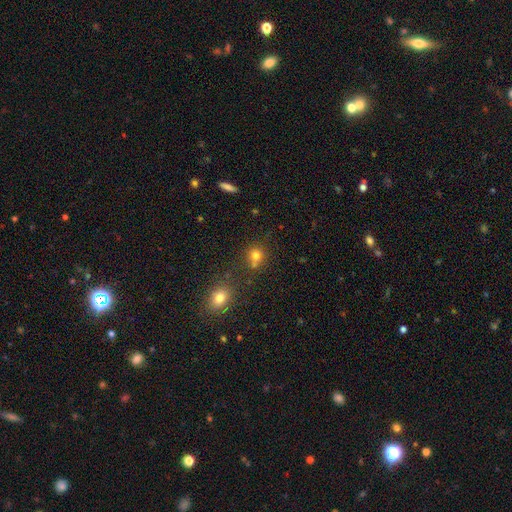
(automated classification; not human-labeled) Smooth or featured: smooth — 77% (star or artifact — 15%)
How rounded: round — 84% (in between — 15%)
Merging: none — 61% (merger — 24%)